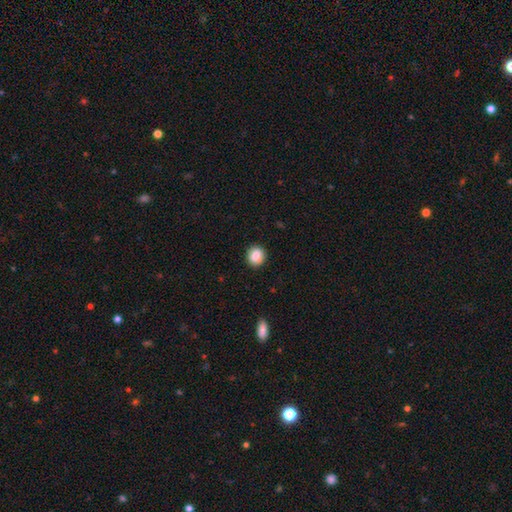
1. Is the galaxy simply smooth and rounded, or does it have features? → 85% smooth, 8% featured or disk, 8% star or artifact.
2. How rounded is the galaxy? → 88% round, 12% in between, 0% cigar-shaped.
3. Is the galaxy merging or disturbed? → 97% none, 3% minor disturbance, 0% major disturbance, 0% merger.